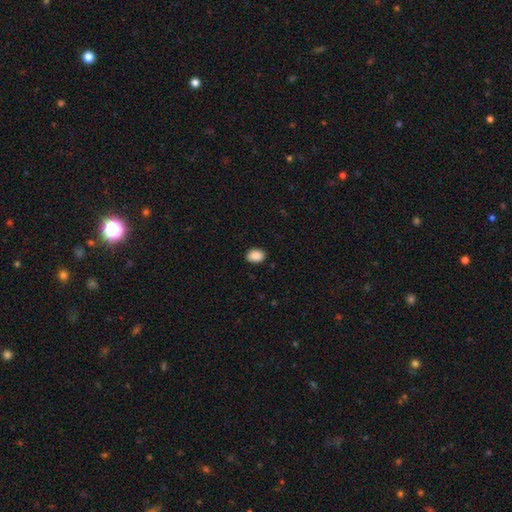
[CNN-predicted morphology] The model was most divided on "how rounded": in between: 77%, round: 22%, cigar-shaped: 1%. More confident: smooth or featured — smooth (89%); merging — none (86%).